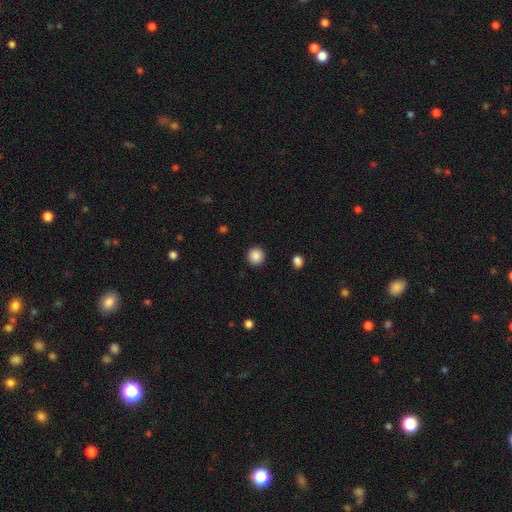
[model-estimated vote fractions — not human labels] Q: Smooth or featured?
A: smooth (88%); runner-up: star or artifact (9%)
Q: How rounded?
A: round (94%); runner-up: in between (5%)
Q: Merging?
A: none (92%); runner-up: minor disturbance (5%)